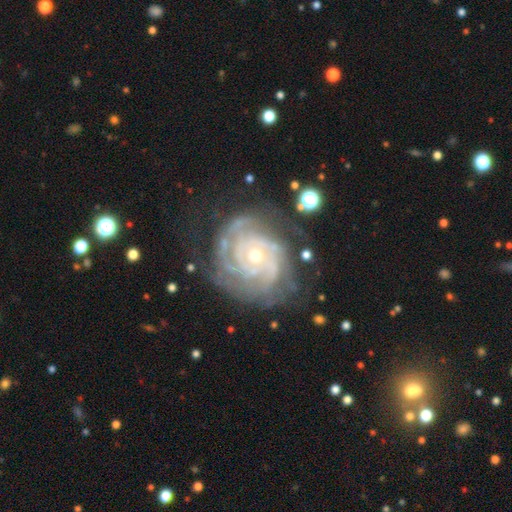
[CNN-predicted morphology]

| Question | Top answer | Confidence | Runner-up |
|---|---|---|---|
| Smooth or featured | featured or disk | 89% | star or artifact (6%) |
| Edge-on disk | no | 97% | yes (3%) |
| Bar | no | 79% | weak (16%) |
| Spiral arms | yes | 96% | no (4%) |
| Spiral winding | tight | 77% | medium (19%) |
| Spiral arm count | can't tell | 29% | 3 (23%) |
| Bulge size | small | 52% | moderate (44%) |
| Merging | none | 66% | minor disturbance (20%) |